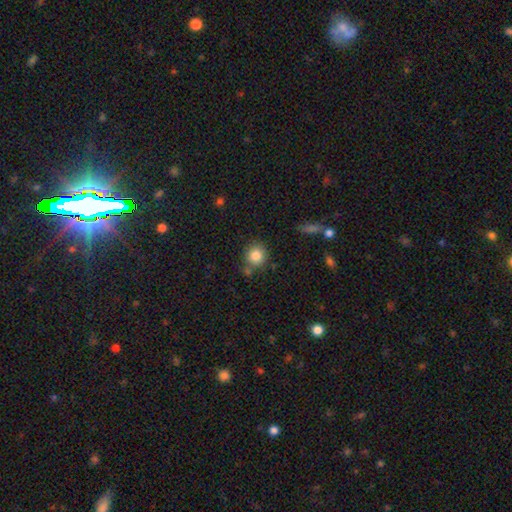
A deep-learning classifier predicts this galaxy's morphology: Smooth or featured: smooth — 84% (star or artifact — 10%)
How rounded: round — 89% (in between — 10%)
Merging: none — 75% (minor disturbance — 12%)